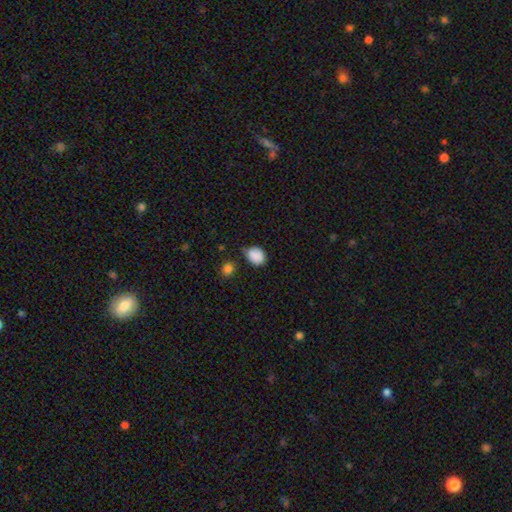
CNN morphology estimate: Overall: smooth (87%). How rounded: in between (51%; round 48%). Merging: none (66%).